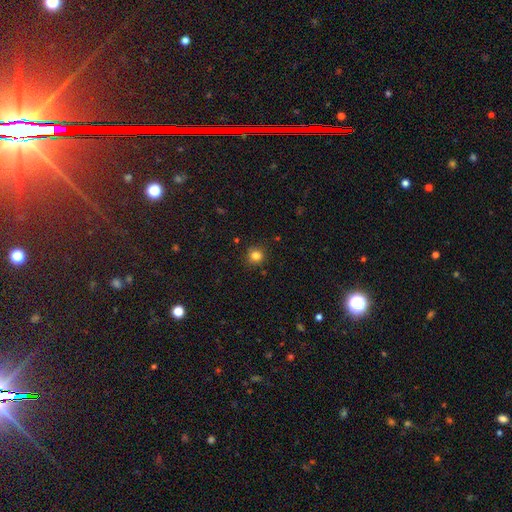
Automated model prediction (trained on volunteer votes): Smooth or featured? Predicted: smooth (p=0.82). How rounded? Predicted: round (p=0.93). Merging? Predicted: none (p=0.89).